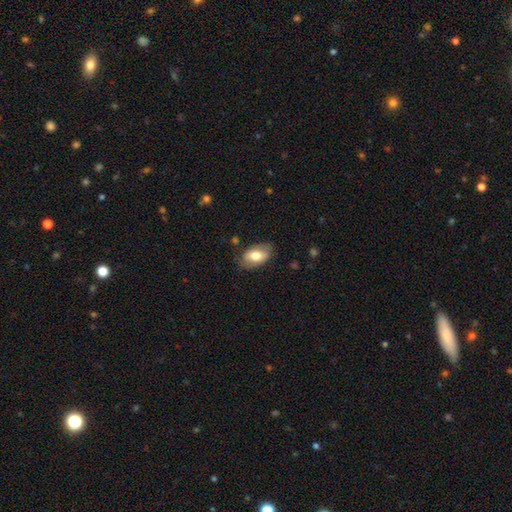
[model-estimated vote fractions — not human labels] Smooth or featured? Predicted: smooth (p=0.68). How rounded? Predicted: in between (p=0.91). Merging? Predicted: none (p=0.75).